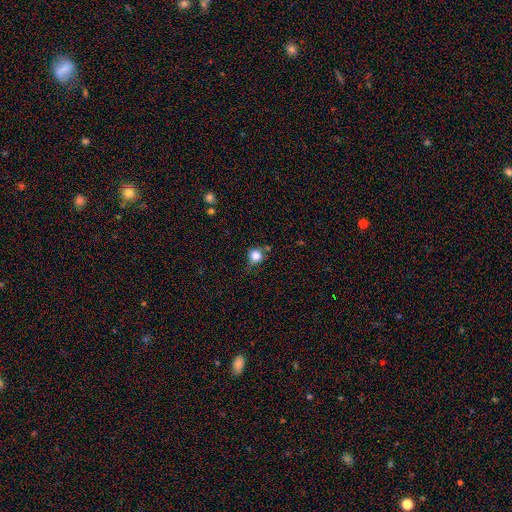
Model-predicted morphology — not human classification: Smooth or featured?
  - smooth: 83% *
  - star or artifact: 11%
  - featured or disk: 5%
How rounded?
  - round: 90% *
  - in between: 9%
  - cigar-shaped: 1%
Merging?
  - none: 70% *
  - minor disturbance: 18%
  - merger: 7%
  - major disturbance: 5%